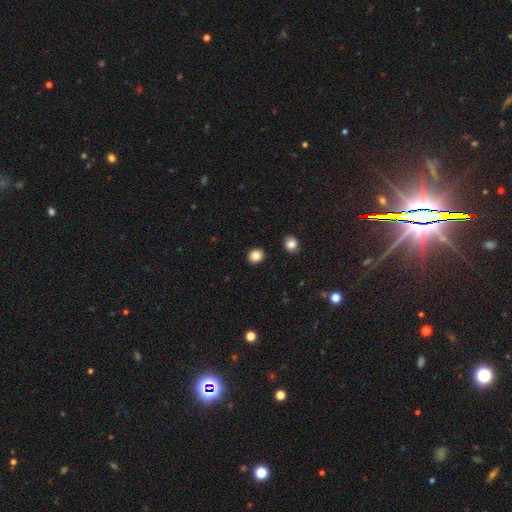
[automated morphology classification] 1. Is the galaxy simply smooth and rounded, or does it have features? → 85% smooth, 10% star or artifact, 5% featured or disk.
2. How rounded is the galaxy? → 78% round, 21% in between, 1% cigar-shaped.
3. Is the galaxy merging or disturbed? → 92% none, 5% minor disturbance, 2% merger, 2% major disturbance.